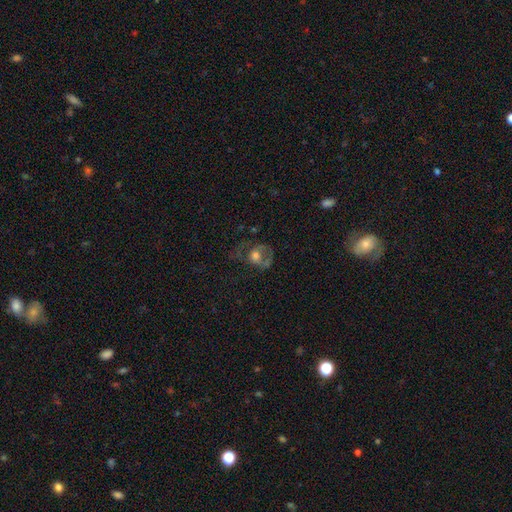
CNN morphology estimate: Overall: smooth (44%, tied with featured or disk). Merging: major disturbance (39%; none 36%).